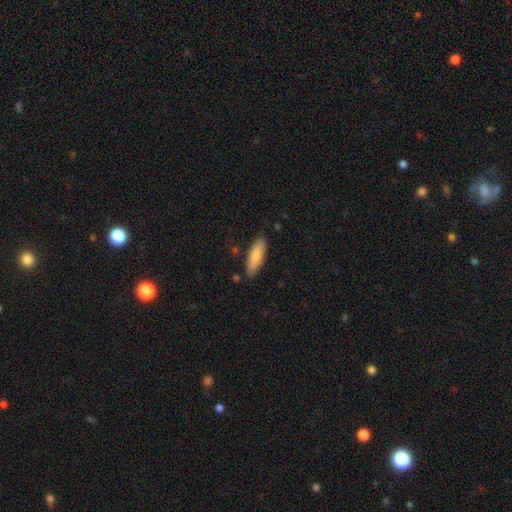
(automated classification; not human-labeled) The model was most divided on "how rounded": in between: 51%, cigar-shaped: 48%, round: 2%. More confident: merging — none (85%); smooth or featured — smooth (82%).